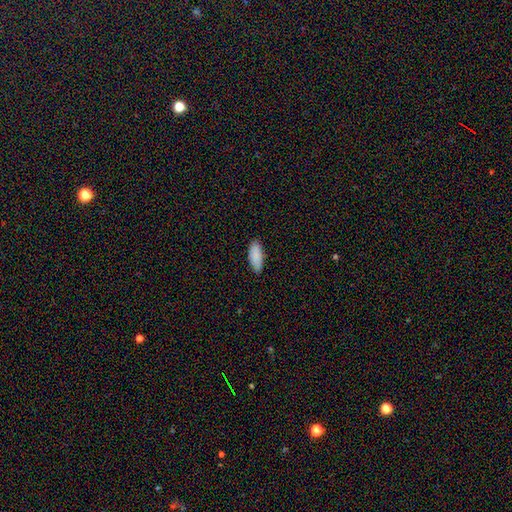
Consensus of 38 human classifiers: Smooth or featured? 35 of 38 (92%) said smooth. How rounded? 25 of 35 (71%) said in between. Merging? 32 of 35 (91%) said none.